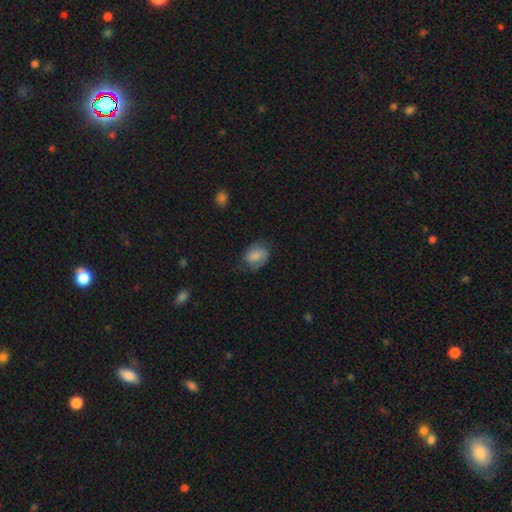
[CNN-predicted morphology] A smooth galaxy with no disk features (61%) that is in between round and cigar-shaped (71%). Merging: none (61%).